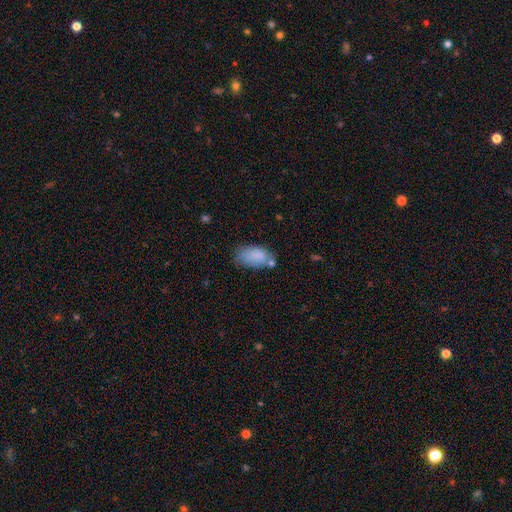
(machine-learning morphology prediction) A smooth galaxy with no disk features (82%) that is in between round and cigar-shaped (93%).

Vote fractions:
- Smooth or featured? smooth: 82% / featured or disk: 10% / star or artifact: 8%
- How rounded? in between: 93% / round: 5% / cigar-shaped: 2%
- Merging? none: 52% / minor disturbance: 27% / merger: 11% / major disturbance: 9%